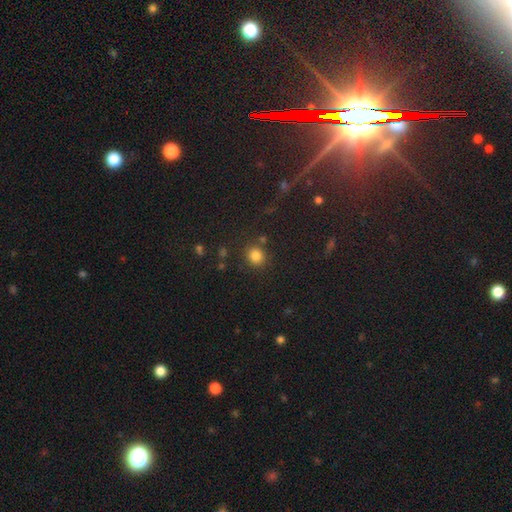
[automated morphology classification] Q: Smooth or featured?
A: smooth (82%); runner-up: star or artifact (13%)
Q: How rounded?
A: round (84%); runner-up: in between (15%)
Q: Merging?
A: none (83%); runner-up: minor disturbance (8%)